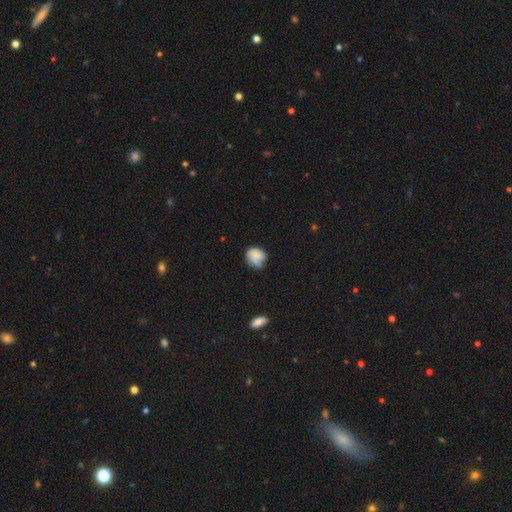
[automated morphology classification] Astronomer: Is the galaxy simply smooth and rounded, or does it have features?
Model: smooth — 66%.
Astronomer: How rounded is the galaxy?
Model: round — 64%.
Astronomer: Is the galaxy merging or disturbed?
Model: none — 49% (runner-up: minor disturbance, 35%).